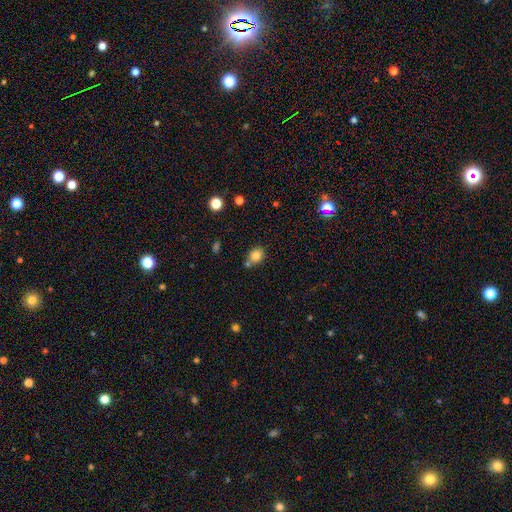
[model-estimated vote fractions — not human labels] Smooth or featured: smooth — 82% (star or artifact — 11%)
How rounded: round — 58% (in between — 41%)
Merging: none — 59% (merger — 20%)